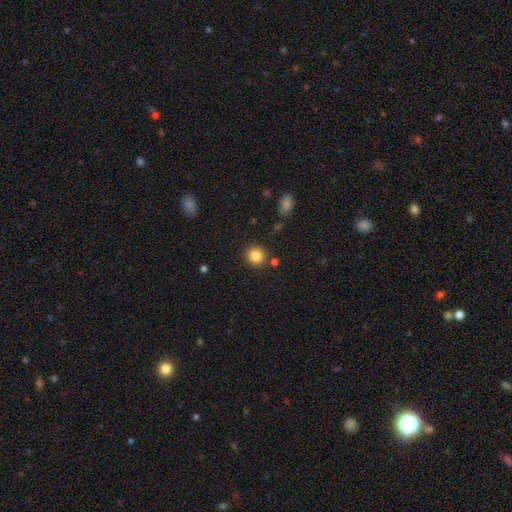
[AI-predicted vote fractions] smooth-or-featured: smooth: 84% | star or artifact: 11% | featured or disk: 5%
  how-rounded: round: 89% | in between: 10% | cigar-shaped: 1%
  merging: none: 85% | minor disturbance: 8% | merger: 5% | major disturbance: 3%